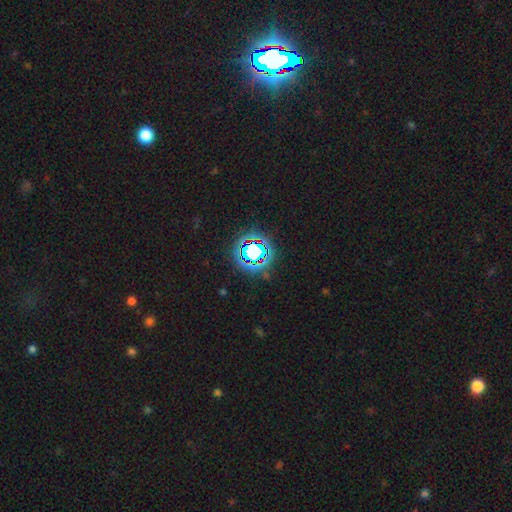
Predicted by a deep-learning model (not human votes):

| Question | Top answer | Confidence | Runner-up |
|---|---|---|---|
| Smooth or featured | star or artifact | 81% | smooth (12%) |